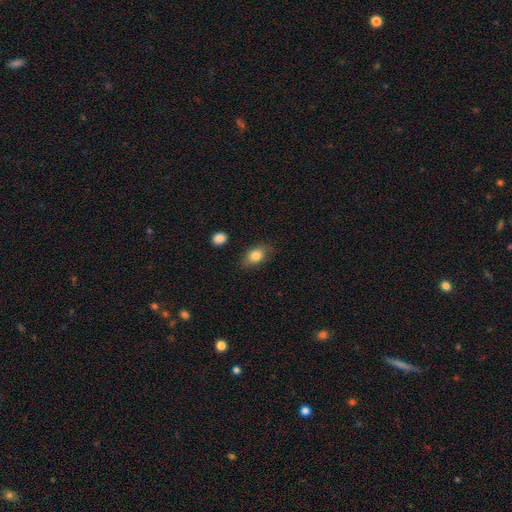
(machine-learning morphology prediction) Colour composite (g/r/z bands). It shows a smooth galaxy with no disk features (81%) that is in between round and cigar-shaped (81%). Merging: none (80%).